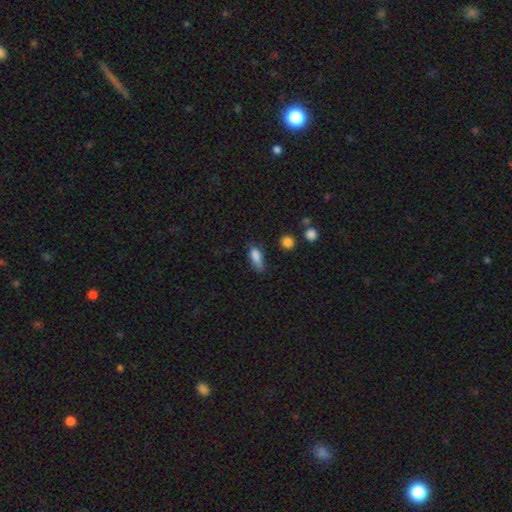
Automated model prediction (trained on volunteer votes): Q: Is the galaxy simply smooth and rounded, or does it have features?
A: smooth — 83%.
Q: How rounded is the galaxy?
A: in between — 71%.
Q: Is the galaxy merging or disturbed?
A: none — 54%.